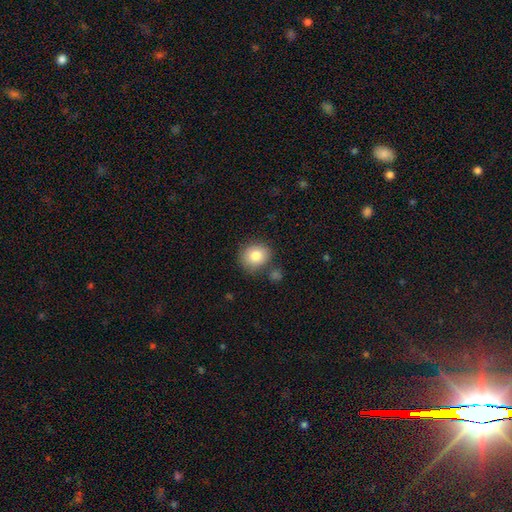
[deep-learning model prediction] A smooth galaxy with no disk features (82%) that is round (77%).

Vote fractions:
- Smooth or featured? smooth: 82% / star or artifact: 9% / featured or disk: 9%
- How rounded? round: 77% / in between: 23% / cigar-shaped: 1%
- Merging? none: 79% / minor disturbance: 12% / merger: 6% / major disturbance: 3%